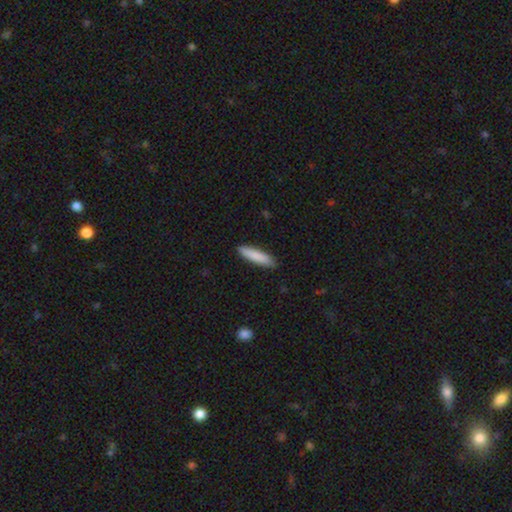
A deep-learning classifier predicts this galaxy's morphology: A smooth galaxy with no disk features (85%) that is cigar-shaped (80%). Merging: none (87%).